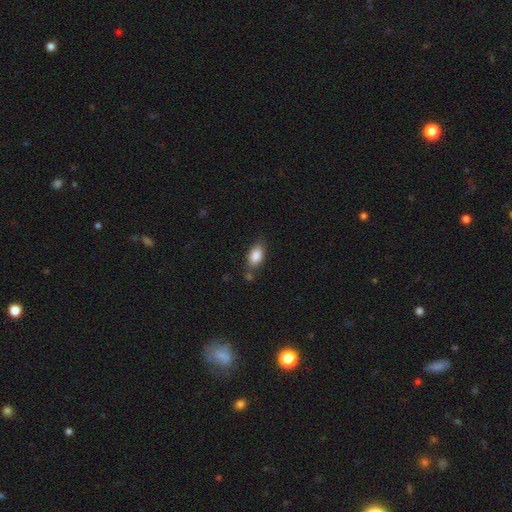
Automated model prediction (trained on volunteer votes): smooth_or_featured: smooth (p=0.86) [alt: star or artifact p=0.08]
how_rounded: in between (p=0.89) [alt: round p=0.07]
merging: none (p=0.70) [alt: minor disturbance p=0.17]